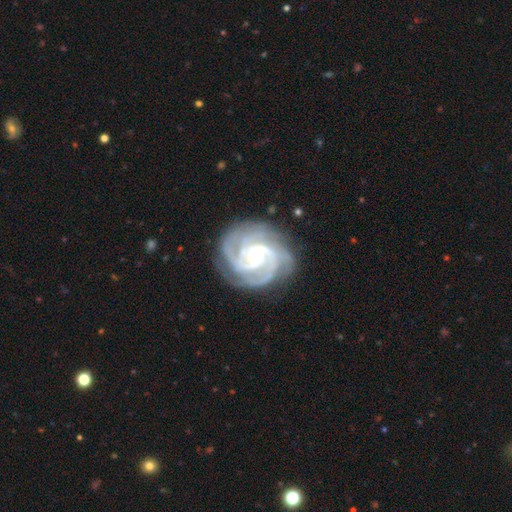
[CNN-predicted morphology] The model was most divided on "bar": no: 54%, weak: 35%, strong: 12%. Remaining: spiral arms — yes (99%); edge-on disk — no (98%); smooth or featured — featured or disk (93%); merging — none (79%); bulge size — small (65%); spiral winding — tight (63%); spiral arm count — 3 (43%).